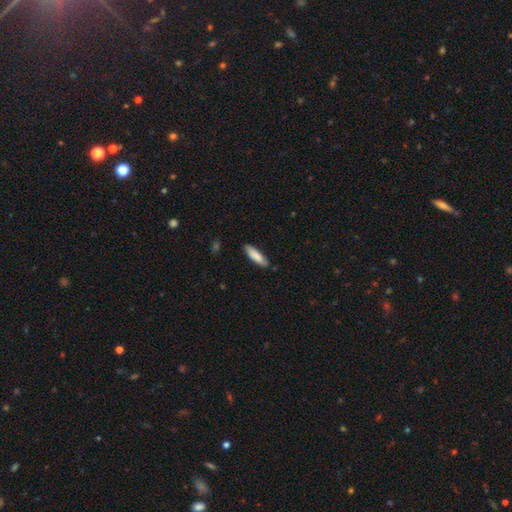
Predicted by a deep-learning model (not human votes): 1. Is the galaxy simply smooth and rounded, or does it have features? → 85% smooth, 9% featured or disk, 6% star or artifact.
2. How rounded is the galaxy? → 63% cigar-shaped, 36% in between, 1% round.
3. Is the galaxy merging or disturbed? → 84% none, 12% minor disturbance, 2% major disturbance, 1% merger.